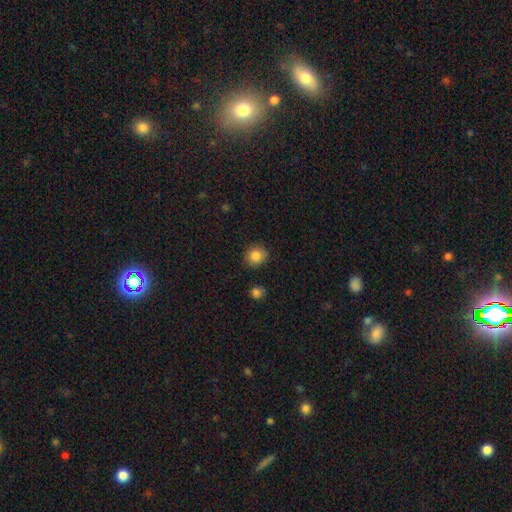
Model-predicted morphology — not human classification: Smooth or featured? Predicted: smooth (p=0.85). How rounded? Predicted: round (p=0.87). Merging? Predicted: none (p=0.88).